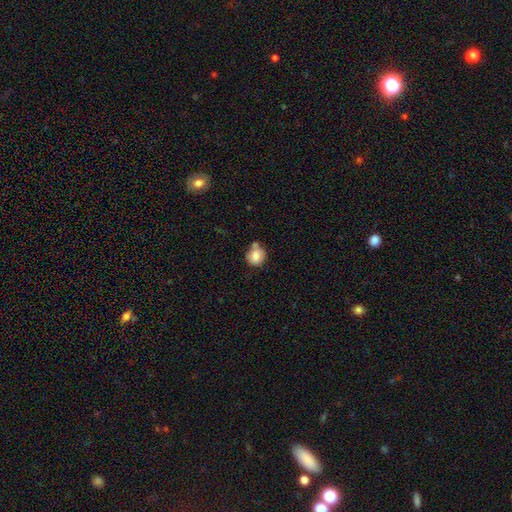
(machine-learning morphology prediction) smooth-or-featured: smooth: 77% | featured or disk: 14% | star or artifact: 9%
  how-rounded: round: 83% | in between: 16% | cigar-shaped: 1%
  merging: none: 54% | merger: 21% | minor disturbance: 20% | major disturbance: 5%